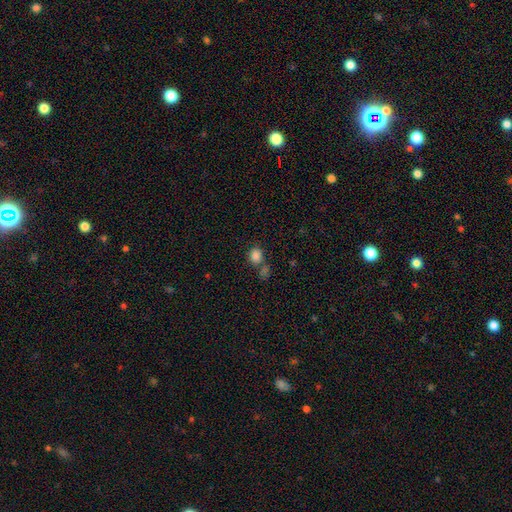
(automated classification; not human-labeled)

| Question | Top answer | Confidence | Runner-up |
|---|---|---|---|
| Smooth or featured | smooth | 83% | star or artifact (12%) |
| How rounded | round | 60% | in between (39%) |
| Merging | none | 56% | merger (26%) |